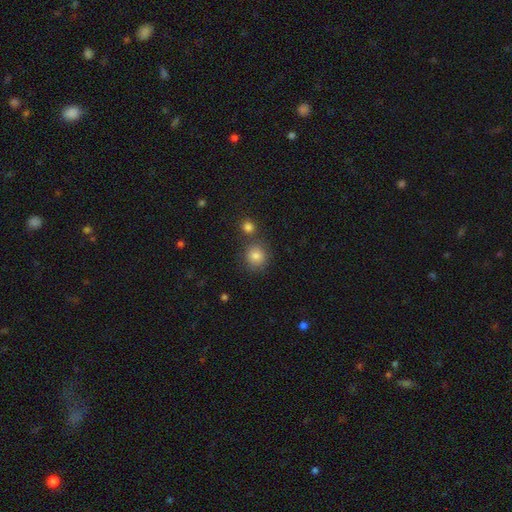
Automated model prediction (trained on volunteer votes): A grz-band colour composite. It shows a smooth galaxy with no disk features (82%) that is round (85%). Merging: none (74%).